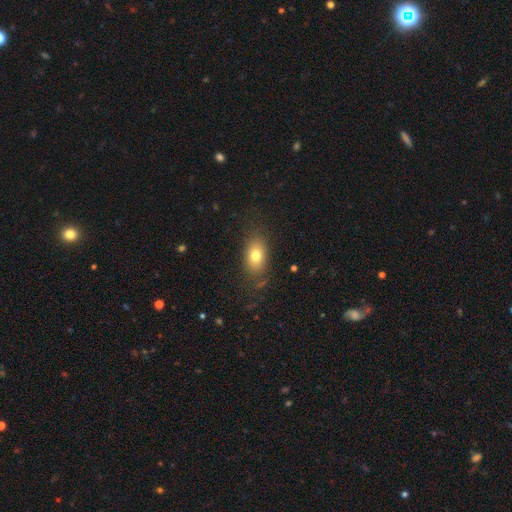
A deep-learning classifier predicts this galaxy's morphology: This appears to be a smooth galaxy with no disk features (75%) that is in between round and cigar-shaped (82%). Merging: none (78%).